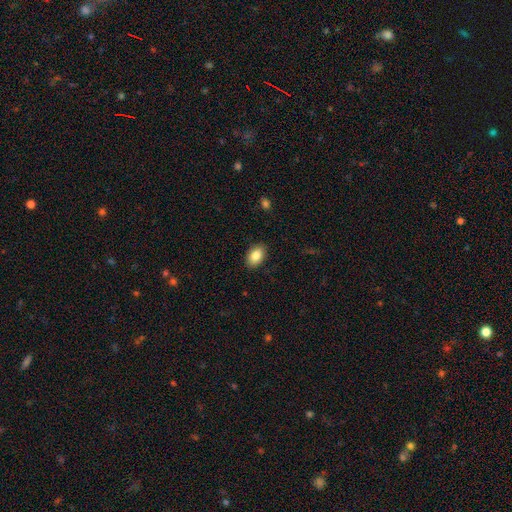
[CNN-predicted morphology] Smooth or featured? smooth (86%)
How rounded? in between (87%)
Merging? none (88%)